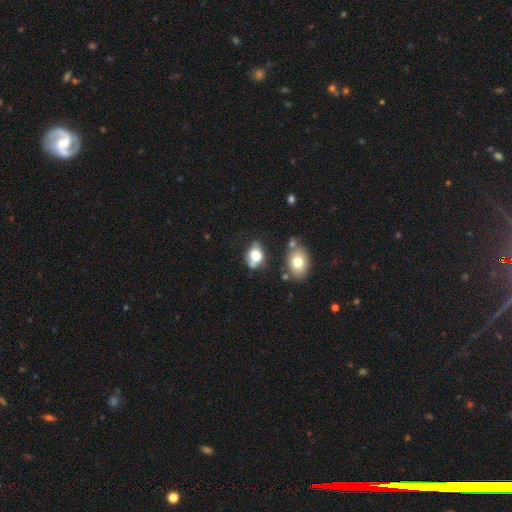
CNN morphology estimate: A smooth galaxy with no disk features (66%) that is in between round and cigar-shaped (80%).

Vote fractions:
- Smooth or featured? smooth: 66% / featured or disk: 25% / star or artifact: 9%
- How rounded? in between: 80% / round: 18% / cigar-shaped: 2%
- Merging? none: 55% / minor disturbance: 26% / merger: 11% / major disturbance: 9%